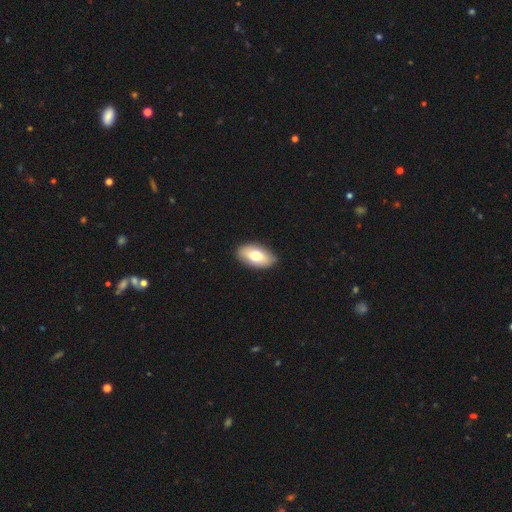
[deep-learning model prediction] A smooth galaxy with no disk features (71%) that is in between round and cigar-shaped (93%). Merging: none (86%).